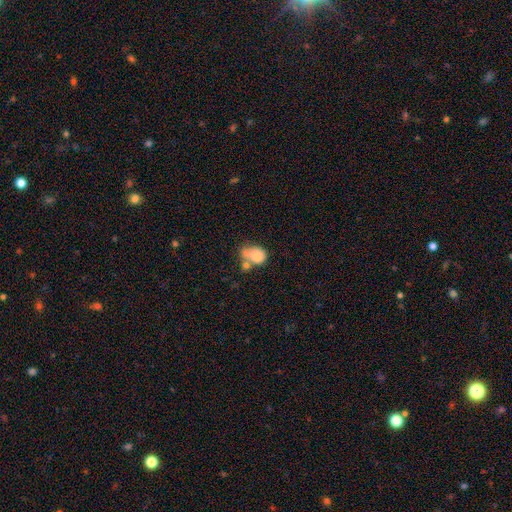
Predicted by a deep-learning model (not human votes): Smooth or featured? smooth (68%)
How rounded? in between (58%)
Merging? merger (49%)